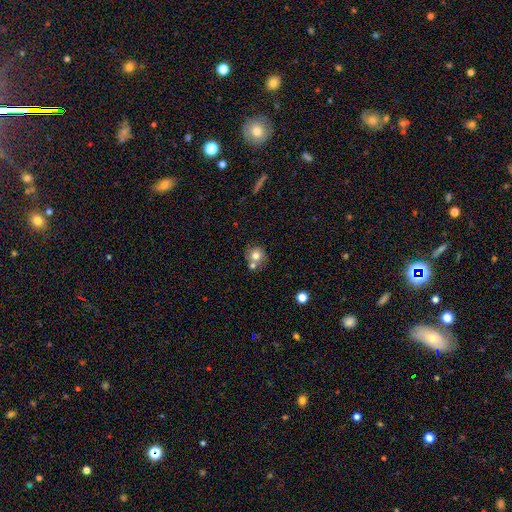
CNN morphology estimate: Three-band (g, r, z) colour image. It shows a smooth galaxy with no disk features (75%) that is round (87%). Merging: none (53%).